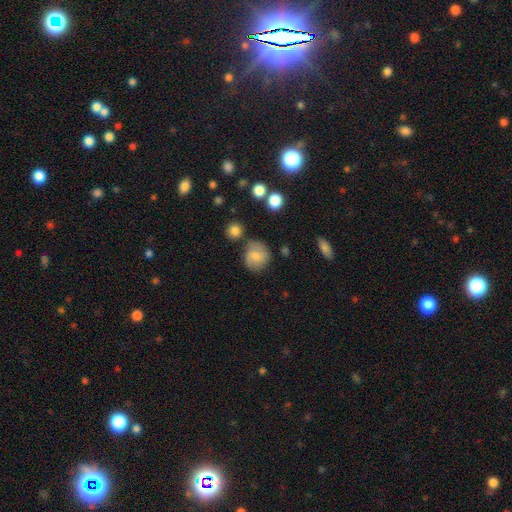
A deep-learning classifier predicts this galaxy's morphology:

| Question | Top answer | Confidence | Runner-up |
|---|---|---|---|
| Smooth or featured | smooth | 65% | featured or disk (26%) |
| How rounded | round | 81% | in between (18%) |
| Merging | none | 69% | minor disturbance (19%) |